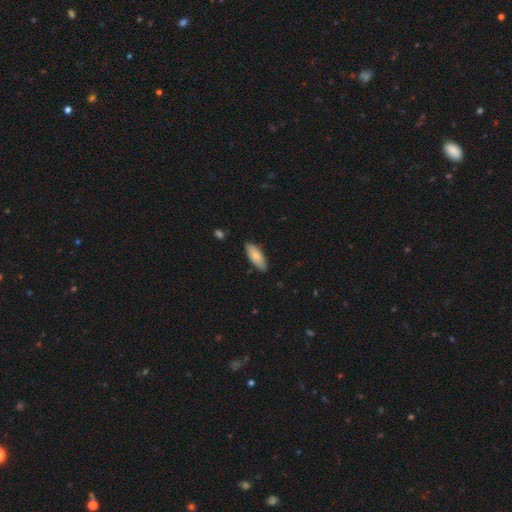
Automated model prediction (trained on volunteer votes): Smooth or featured: smooth — 82% (featured or disk — 13%)
How rounded: in between — 71% (cigar-shaped — 28%)
Merging: none — 83% (minor disturbance — 13%)